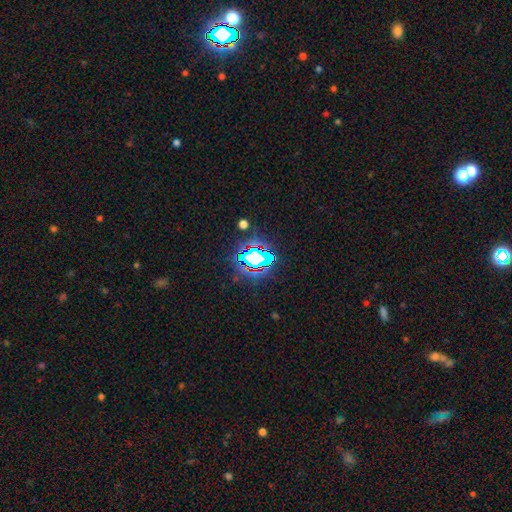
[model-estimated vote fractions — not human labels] Smooth or featured?
  - star or artifact: 65% *
  - smooth: 21%
  - featured or disk: 14%